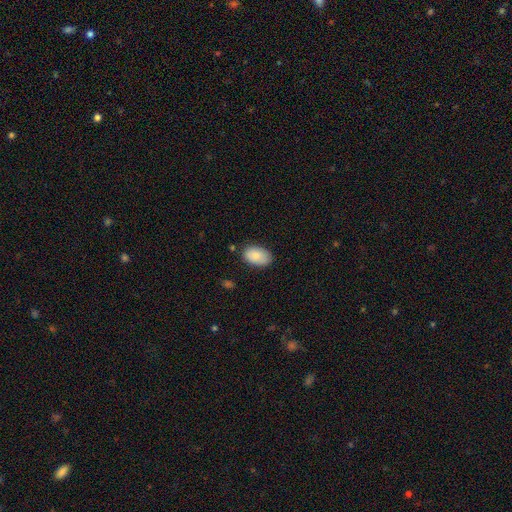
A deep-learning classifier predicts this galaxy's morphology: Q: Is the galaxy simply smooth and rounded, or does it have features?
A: smooth — 85%.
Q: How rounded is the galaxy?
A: in between — 91%.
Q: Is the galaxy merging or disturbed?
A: none — 79%.